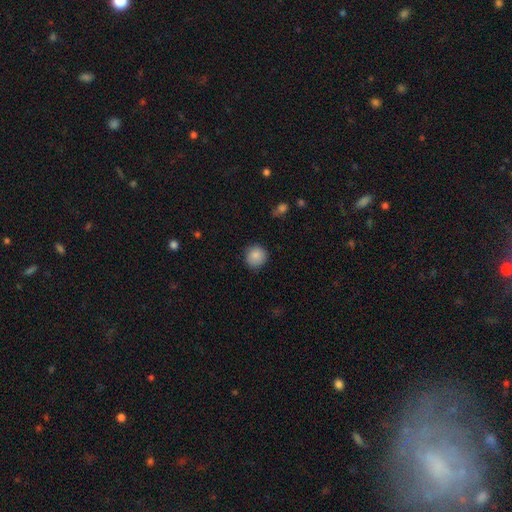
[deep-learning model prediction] This appears to be a smooth galaxy with no disk features (87%) that is round (90%). Merging: none (85%).